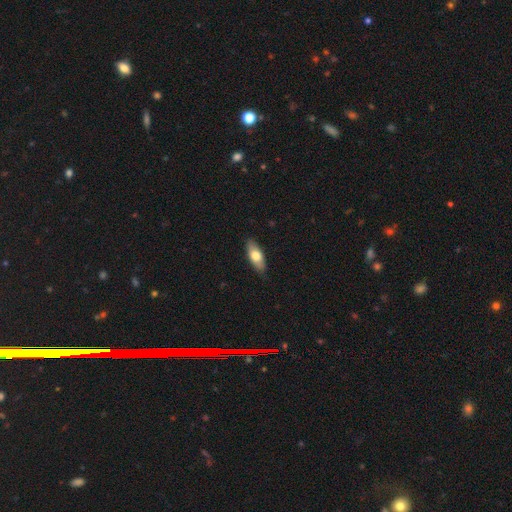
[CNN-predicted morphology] Smooth or featured? smooth (70%)
How rounded? in between (77%)
Merging? none (86%)